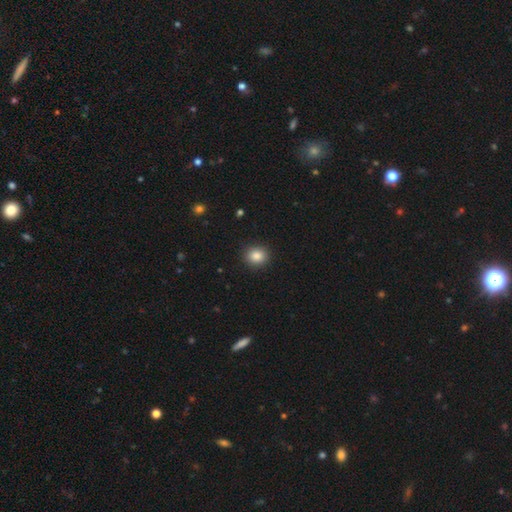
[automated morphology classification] smooth-or-featured: smooth: 86% | star or artifact: 10% | featured or disk: 5%
  how-rounded: round: 79% | in between: 20% | cigar-shaped: 1%
  merging: none: 91% | minor disturbance: 6% | major disturbance: 2% | merger: 1%